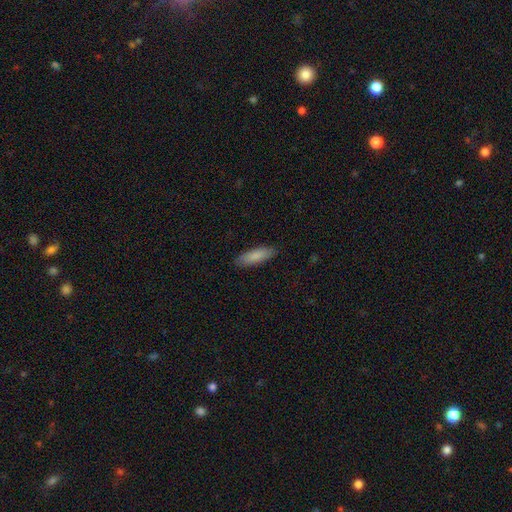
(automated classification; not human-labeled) The model was most divided on "how rounded": in between: 50%, cigar-shaped: 49%, round: 2%. More confident: merging — none (88%); smooth or featured — smooth (86%).